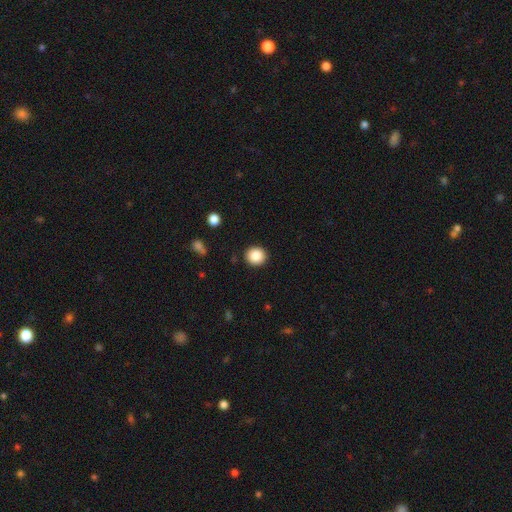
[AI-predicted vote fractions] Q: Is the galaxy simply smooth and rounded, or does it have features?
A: smooth — 87%.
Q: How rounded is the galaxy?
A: round — 90%.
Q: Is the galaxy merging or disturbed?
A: none — 91%.